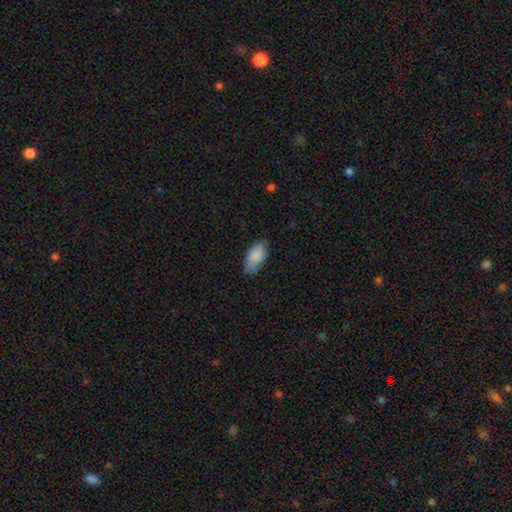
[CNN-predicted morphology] smooth-or-featured: smooth: 87% | featured or disk: 7% | star or artifact: 6%
  how-rounded: in between: 92% | cigar-shaped: 6% | round: 2%
  merging: none: 71% | minor disturbance: 24% | major disturbance: 4% | merger: 1%